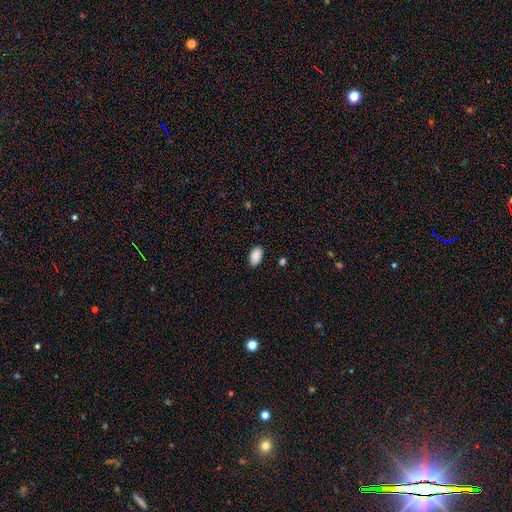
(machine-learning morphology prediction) Overall: smooth (88%). How rounded: in between (94%). Merging: none (86%).